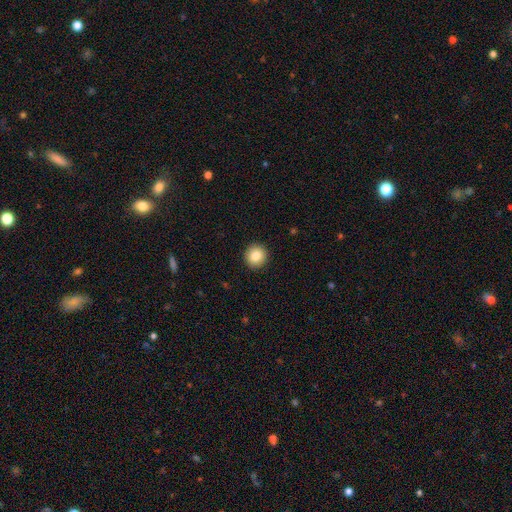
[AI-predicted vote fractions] Morphology: type=smooth (85%); roundness=round (93%); merging=none (93%).